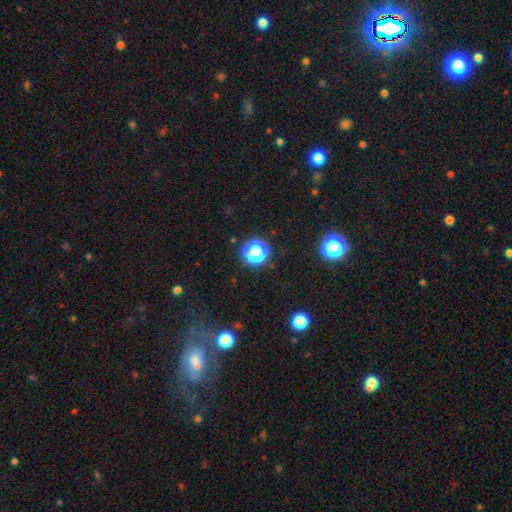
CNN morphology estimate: smooth-or-featured: smooth: 56% | star or artifact: 36% | featured or disk: 8%
  how-rounded: round: 90% | in between: 9% | cigar-shaped: 1%
  merging: none: 84% | minor disturbance: 9% | major disturbance: 4% | merger: 3%